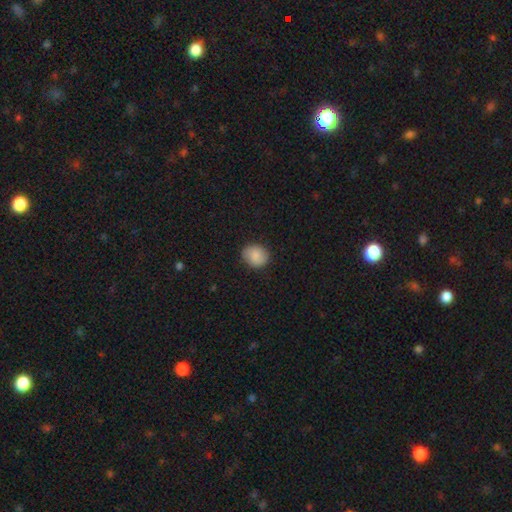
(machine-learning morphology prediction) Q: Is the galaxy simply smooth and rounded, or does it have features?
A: smooth — 84%.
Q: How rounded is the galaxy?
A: round — 73%.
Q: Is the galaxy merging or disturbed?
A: none — 85%.